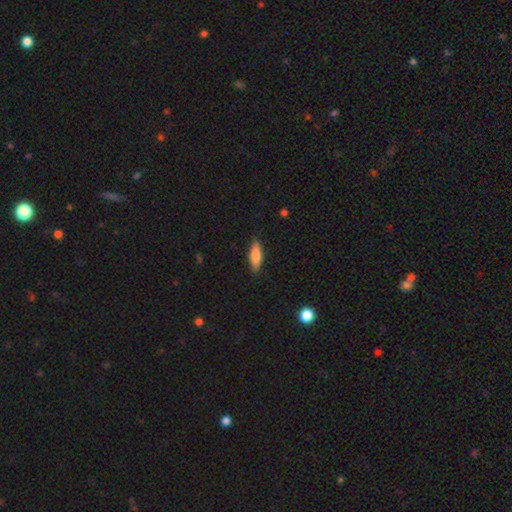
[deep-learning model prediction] Smooth or featured?
  - smooth: 79% *
  - featured or disk: 15%
  - star or artifact: 6%
How rounded?
  - in between: 52% *
  - cigar-shaped: 46%
  - round: 2%
Merging?
  - none: 88% *
  - minor disturbance: 9%
  - major disturbance: 2%
  - merger: 1%